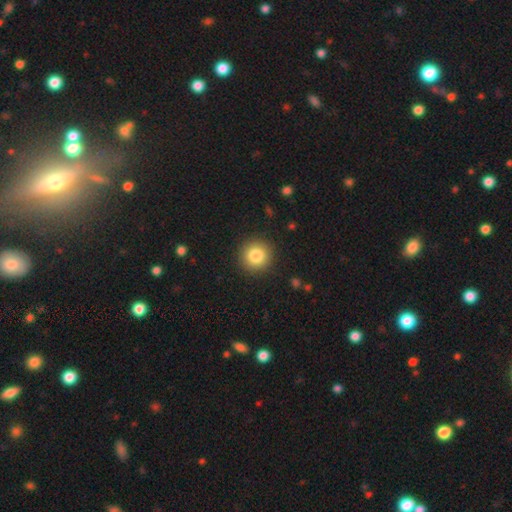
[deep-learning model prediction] Smooth or featured: smooth — 83% (star or artifact — 10%)
How rounded: round — 94% (in between — 5%)
Merging: none — 91% (minor disturbance — 6%)